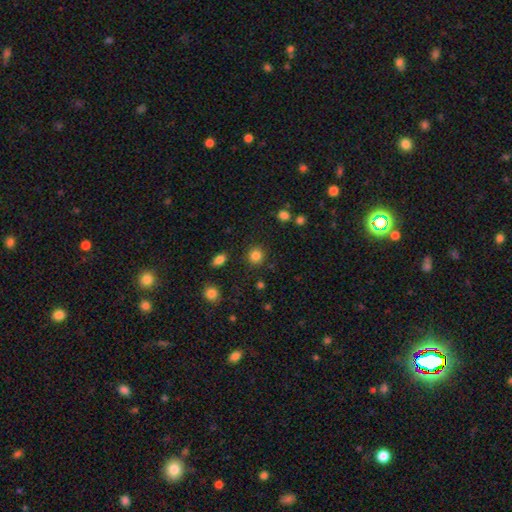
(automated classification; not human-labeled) This is clearly a smooth galaxy (85%). How rounded: clearly round (89%). Merging: clearly none (88%).